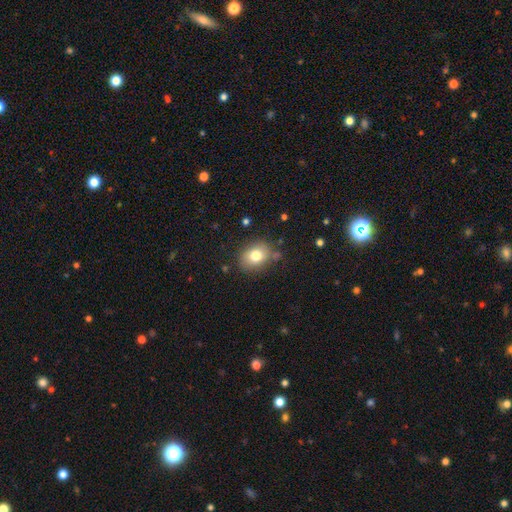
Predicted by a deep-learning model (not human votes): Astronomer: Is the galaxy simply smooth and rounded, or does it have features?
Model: smooth — 78%.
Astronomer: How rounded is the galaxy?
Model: in between — 58% (runner-up: round, 41%).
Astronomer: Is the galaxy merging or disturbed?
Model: none — 77%.